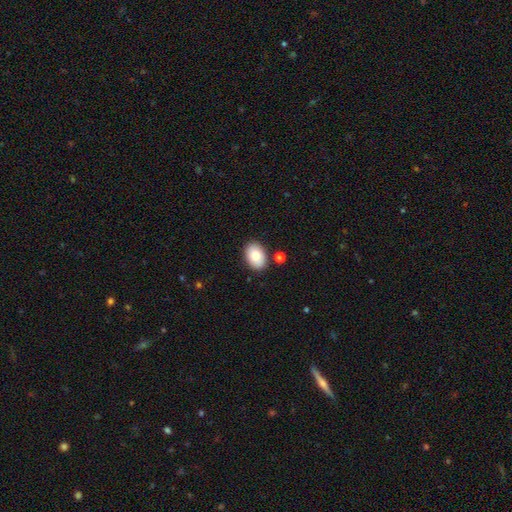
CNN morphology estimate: Smooth or featured: smooth — 79% (featured or disk — 13%)
How rounded: in between — 83% (round — 16%)
Merging: none — 86% (minor disturbance — 9%)